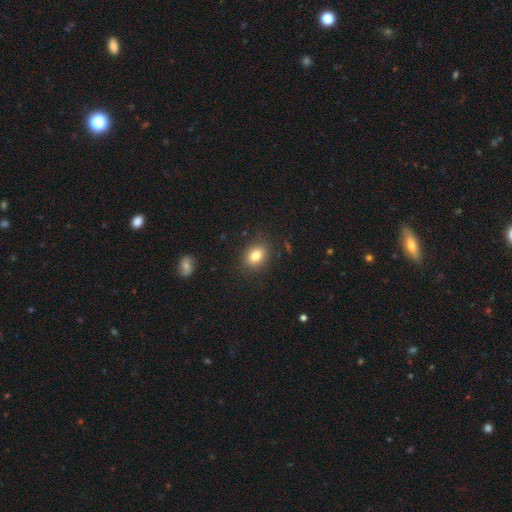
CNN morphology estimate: Q: Smooth or featured?
A: smooth (81%); runner-up: star or artifact (11%)
Q: How rounded?
A: in between (57%); runner-up: round (42%)
Q: Merging?
A: none (86%); runner-up: minor disturbance (10%)